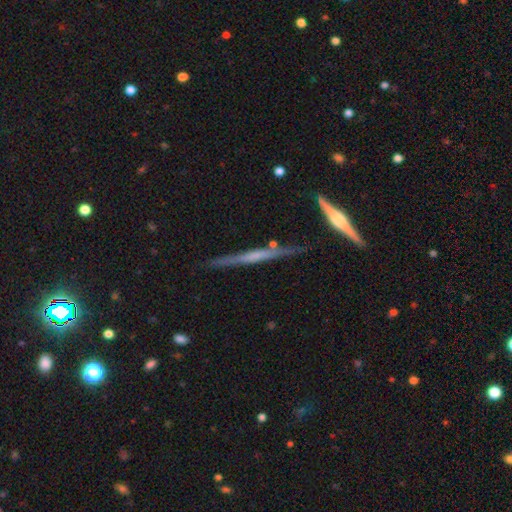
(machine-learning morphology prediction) Q: Smooth or featured?
A: featured or disk (72%); runner-up: smooth (22%)
Q: Edge-on disk?
A: yes (97%); runner-up: no (3%)
Q: Edge-on bulge?
A: rounded (41%); runner-up: none (39%)
Q: Merging?
A: none (80%); runner-up: minor disturbance (13%)